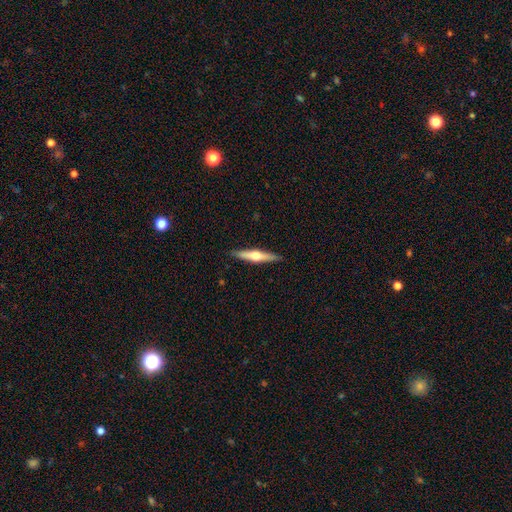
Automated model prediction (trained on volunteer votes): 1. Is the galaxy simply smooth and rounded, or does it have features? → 64% featured or disk, 31% smooth, 5% star or artifact.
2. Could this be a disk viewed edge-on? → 97% yes, 3% no.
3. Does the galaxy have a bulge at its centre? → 94% rounded, 3% none, 3% boxy.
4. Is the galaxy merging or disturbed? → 91% none, 7% minor disturbance, 1% major disturbance, 1% merger.